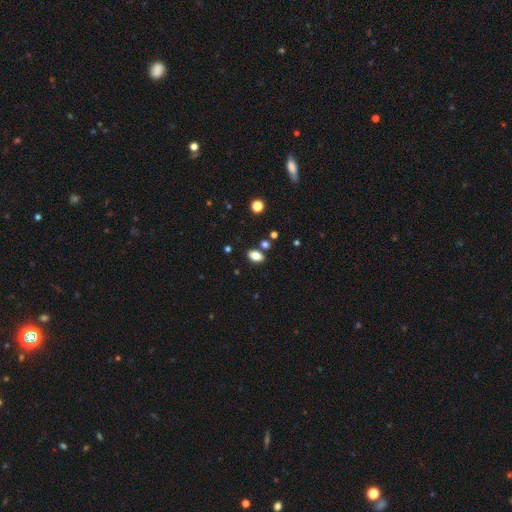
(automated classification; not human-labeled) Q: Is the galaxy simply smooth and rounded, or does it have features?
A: smooth — 82%.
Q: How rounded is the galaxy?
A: in between — 89%.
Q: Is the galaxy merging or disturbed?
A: none — 81%.